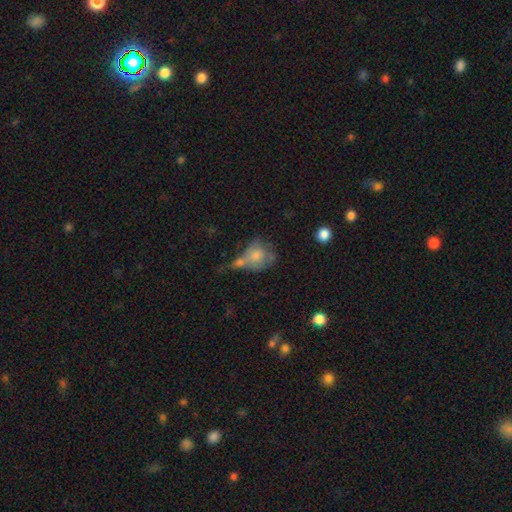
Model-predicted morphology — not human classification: Smooth or featured: smooth — 68% (featured or disk — 24%)
How rounded: round — 66% (in between — 32%)
Merging: merger — 39% (none — 28%)